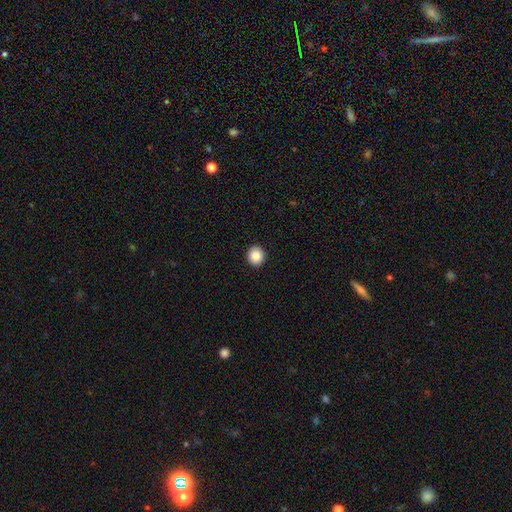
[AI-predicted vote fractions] Smooth or featured? smooth (87%)
How rounded? round (85%)
Merging? none (93%)